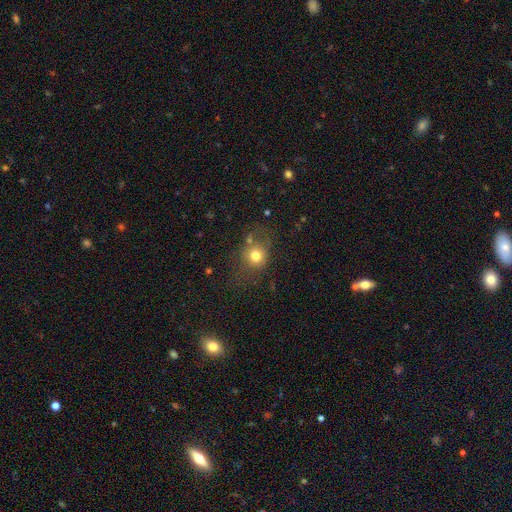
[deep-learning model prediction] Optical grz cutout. It shows a smooth galaxy with no disk features (76%) that is round (74%). Merging: none (64%).